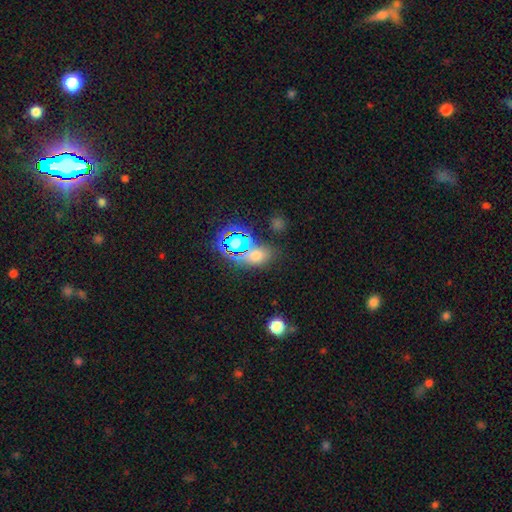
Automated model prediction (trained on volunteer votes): Overall: smooth (53%; star or artifact 37%). How rounded: in between (68%; round 30%). Merging: none (69%).